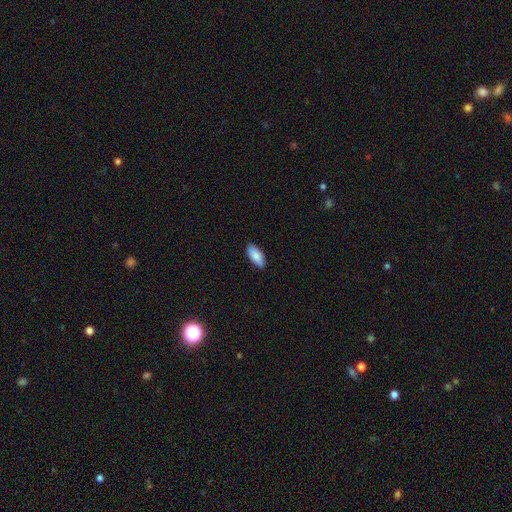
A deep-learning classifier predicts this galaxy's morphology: Overall: smooth (88%). How rounded: in between (90%). Merging: none (89%).